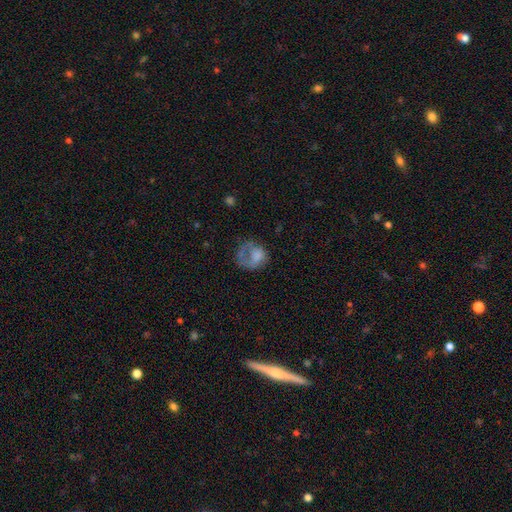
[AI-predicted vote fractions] This is possibly a smooth galaxy (58%). How rounded: likely round (63%). Merging: marginally major disturbance (42%).